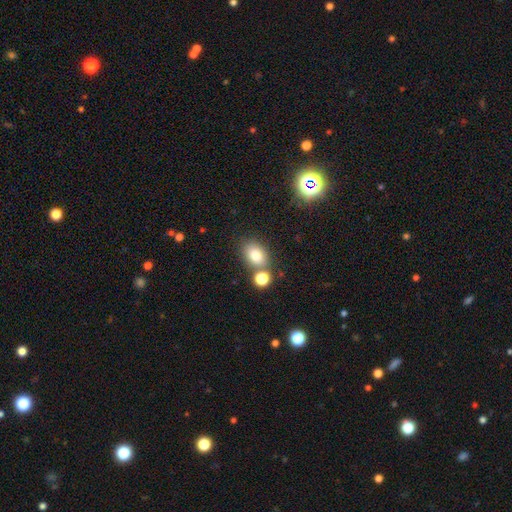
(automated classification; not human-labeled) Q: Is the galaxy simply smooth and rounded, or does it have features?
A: smooth — 78%.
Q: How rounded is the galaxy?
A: in between — 70%.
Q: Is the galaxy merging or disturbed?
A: none — 64%.